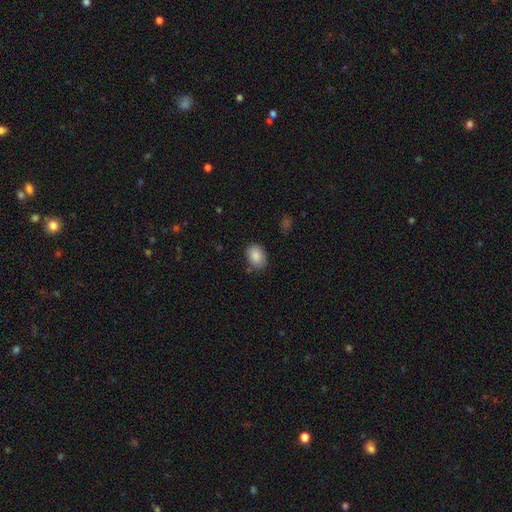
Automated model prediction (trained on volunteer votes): Q: Smooth or featured?
A: smooth (88%); runner-up: star or artifact (7%)
Q: How rounded?
A: in between (73%); runner-up: round (26%)
Q: Merging?
A: none (81%); runner-up: minor disturbance (14%)